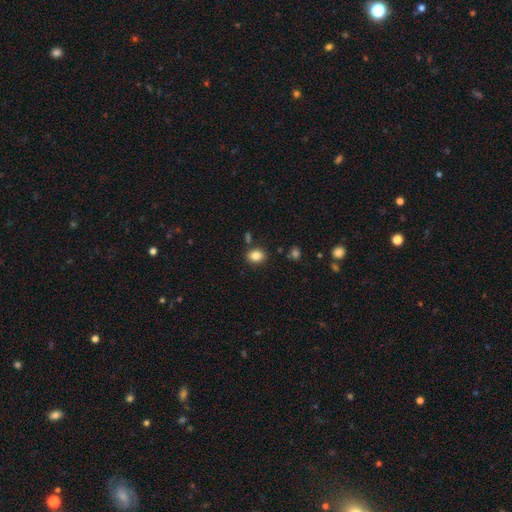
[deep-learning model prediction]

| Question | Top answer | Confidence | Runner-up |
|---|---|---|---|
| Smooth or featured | smooth | 84% | star or artifact (10%) |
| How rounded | in between | 54% | round (45%) |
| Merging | none | 82% | minor disturbance (10%) |